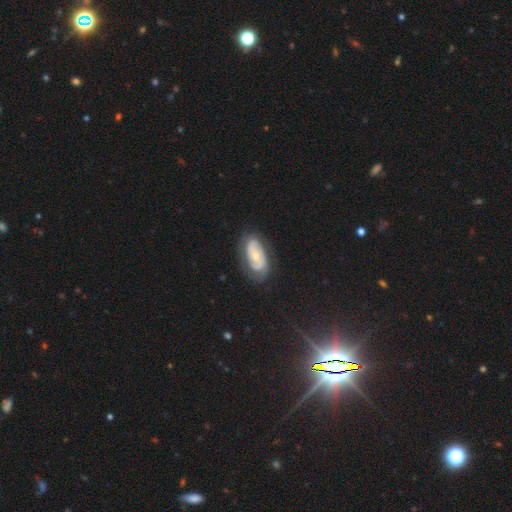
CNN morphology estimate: smooth_or_featured: featured or disk (p=0.73) [alt: smooth p=0.21]
disk_edge_on: no (p=0.95) [alt: yes p=0.05]
bar: no (p=0.72) [alt: weak p=0.22]
has_spiral_arms: yes (p=0.84) [alt: no p=0.16]
spiral_winding: tight (p=0.55) [alt: medium p=0.32]
spiral_arm_count: 2 (p=0.56) [alt: can't tell p=0.27]
bulge_size: small (p=0.54) [alt: moderate p=0.41]
merging: none (p=0.69) [alt: minor disturbance p=0.20]